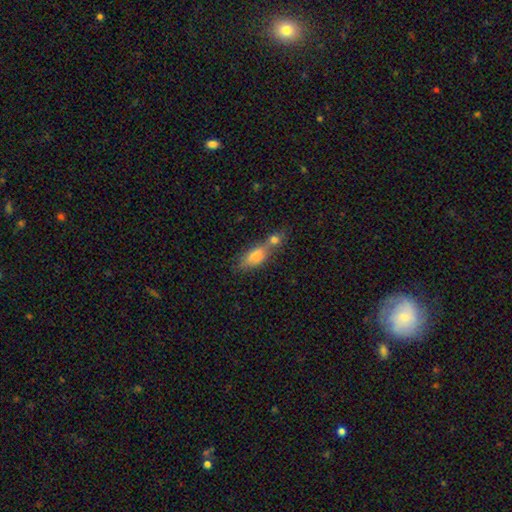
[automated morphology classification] The model was most divided on "merging": merger: 51%, none: 31%, minor disturbance: 12%, major disturbance: 6%. More confident: smooth or featured — smooth (72%); how rounded — in between (70%).